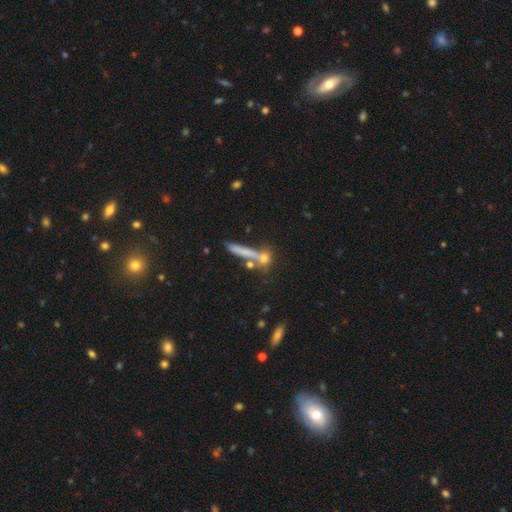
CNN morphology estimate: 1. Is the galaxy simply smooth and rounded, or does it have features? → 49% smooth, 35% featured or disk, 15% star or artifact.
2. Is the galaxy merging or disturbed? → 63% none, 20% merger, 11% minor disturbance, 5% major disturbance.